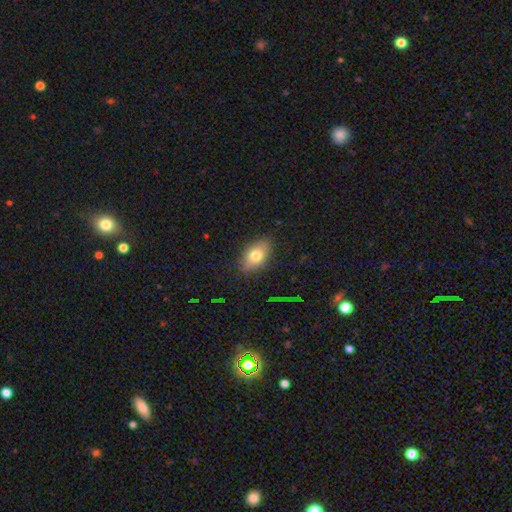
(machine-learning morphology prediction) Smooth or featured? Predicted: smooth (p=0.73). How rounded? Predicted: in between (p=0.86). Merging? Predicted: none (p=0.82).